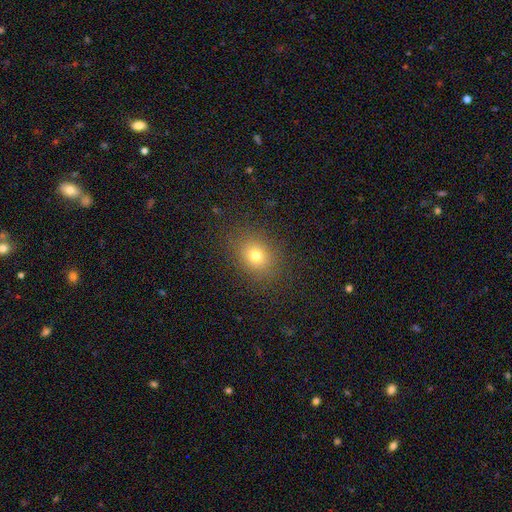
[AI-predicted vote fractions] This is likely a smooth galaxy (74%). How rounded: possibly round (58%). Merging: clearly none (86%).